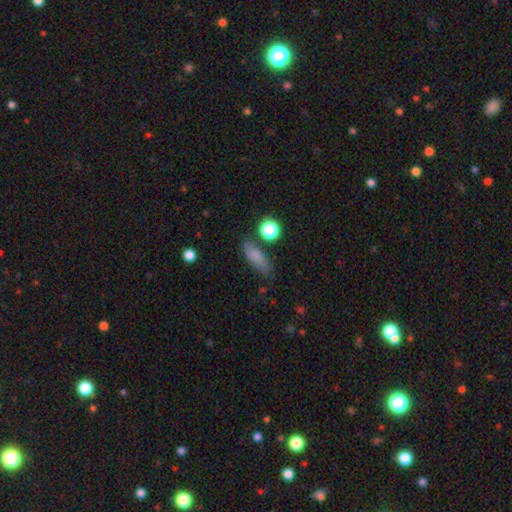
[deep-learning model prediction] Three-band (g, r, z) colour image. It shows a smooth galaxy with no disk features (81%) that is in between round and cigar-shaped (60%). Merging: none (77%).